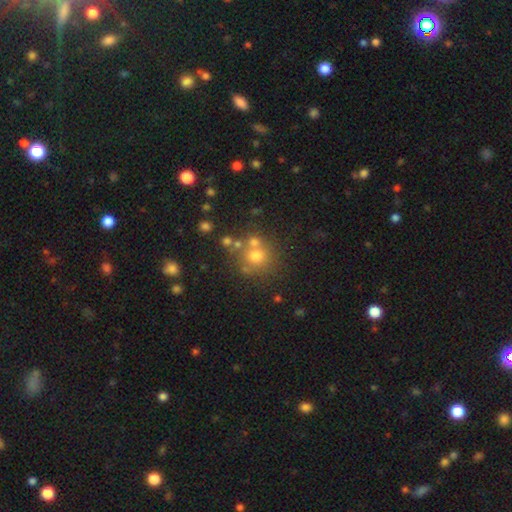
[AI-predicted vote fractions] Morphology: type=smooth (66%); roundness=round (89%); merging=none (61%).